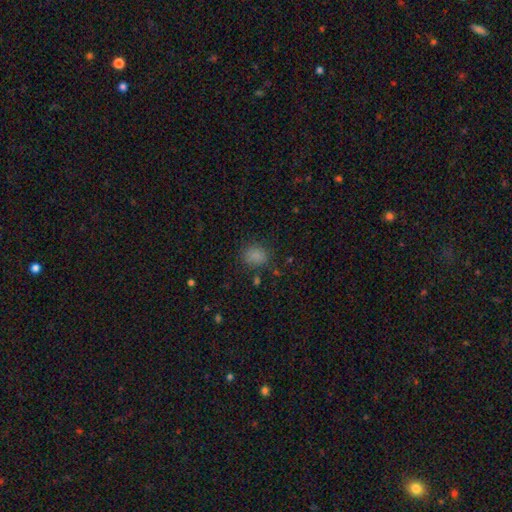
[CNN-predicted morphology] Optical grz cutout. It shows a smooth galaxy with no disk features (82%) that is round (50%). Merging: none (79%).